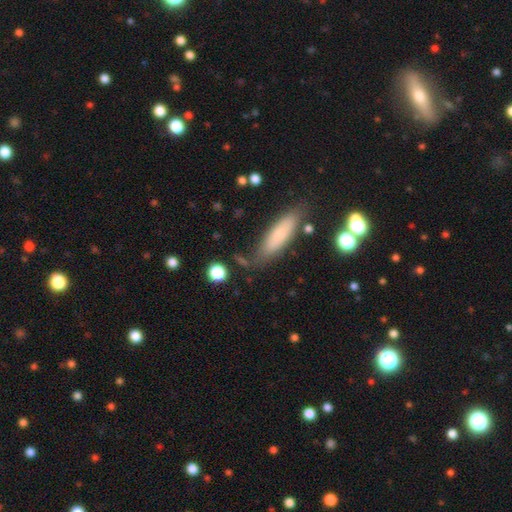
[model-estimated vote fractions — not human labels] A smooth galaxy with no disk features (40%). Merging: none (71%).